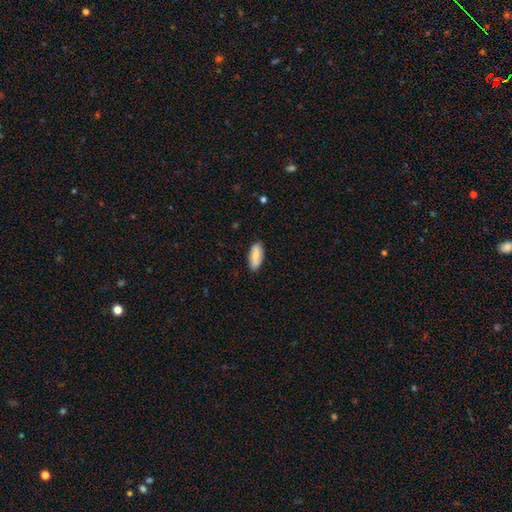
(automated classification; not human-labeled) This is likely a smooth galaxy (77%). How rounded: clearly in between (81%). Merging: clearly none (86%).